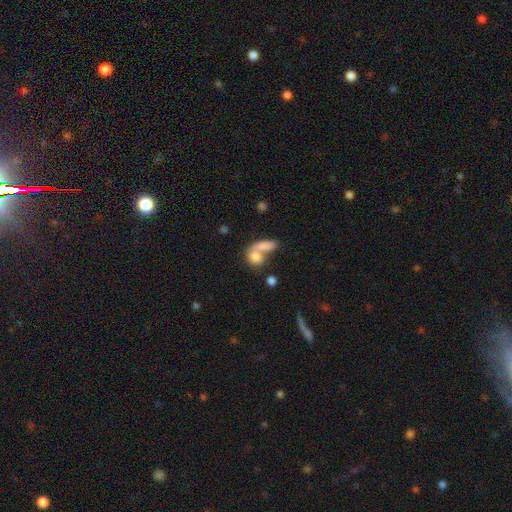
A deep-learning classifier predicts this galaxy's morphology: smooth_or_featured: smooth (p=0.80) [alt: featured or disk p=0.12]
how_rounded: in between (p=0.56) [alt: round p=0.36]
merging: merger (p=0.55) [alt: none p=0.30]